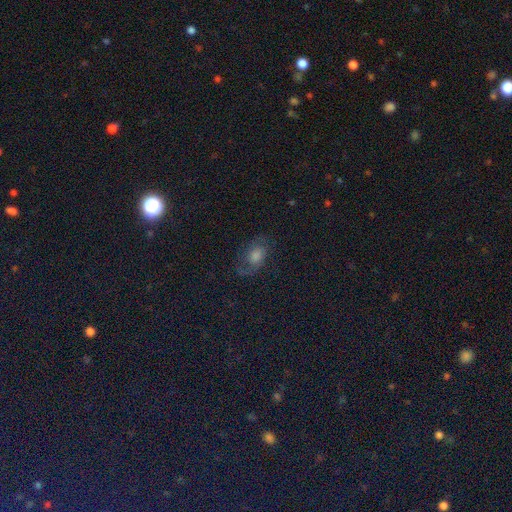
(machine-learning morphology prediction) This is marginally a featured or disk galaxy (41%). Merging: likely none (71%).